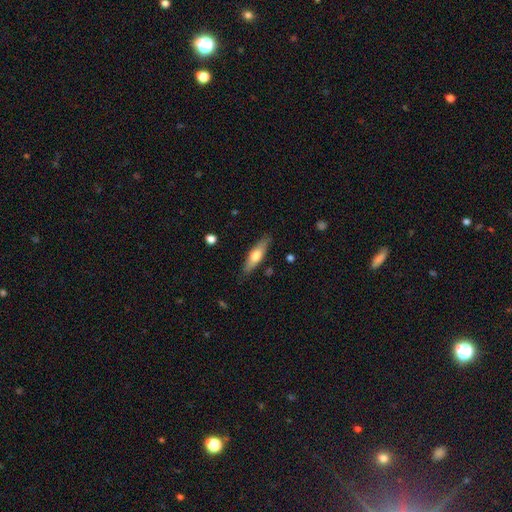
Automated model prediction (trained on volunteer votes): Smooth or featured? smooth (57%)
How rounded? cigar-shaped (62%)
Merging? none (84%)